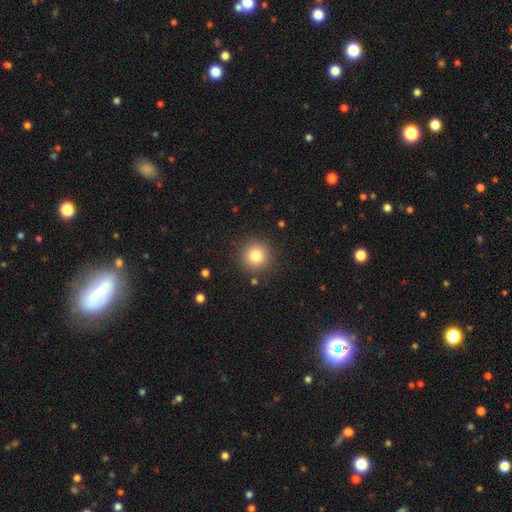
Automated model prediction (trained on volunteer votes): This is clearly a smooth galaxy (81%). How rounded: clearly round (95%). Merging: clearly none (89%).